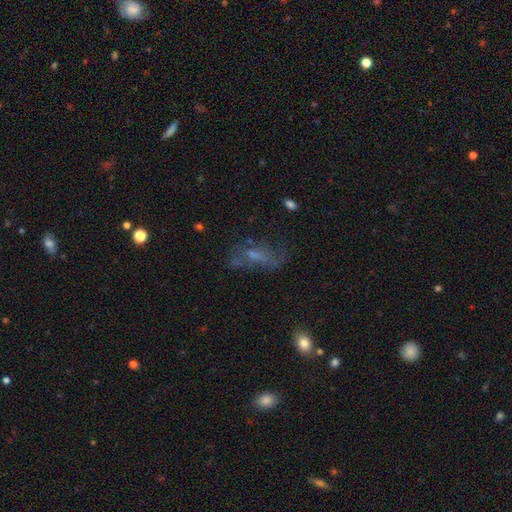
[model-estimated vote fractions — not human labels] smooth-or-featured: featured or disk: 44% | smooth: 37% | star or artifact: 19%
  merging: none: 47% | major disturbance: 28% | minor disturbance: 21% | merger: 4%